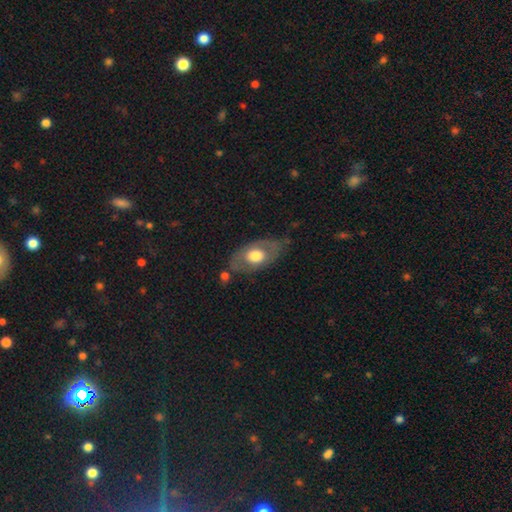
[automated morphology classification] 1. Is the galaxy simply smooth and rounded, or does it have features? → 49% smooth, 46% featured or disk, 6% star or artifact.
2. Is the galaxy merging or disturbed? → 61% none, 24% minor disturbance, 10% major disturbance, 5% merger.